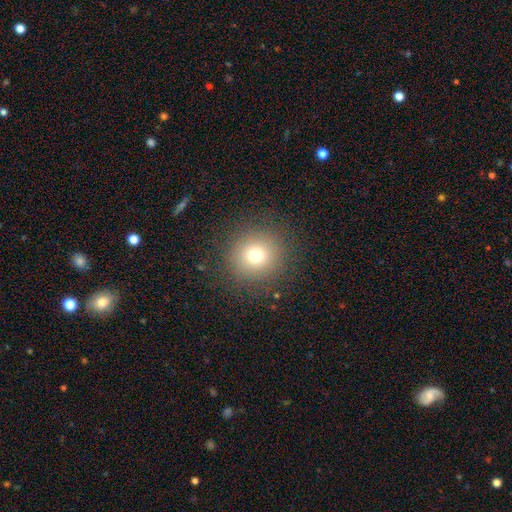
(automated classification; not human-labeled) smooth 73%, star or artifact 16%, featured or disk 11%. Down the decision tree: how rounded — round (94%); merging — none (88%).